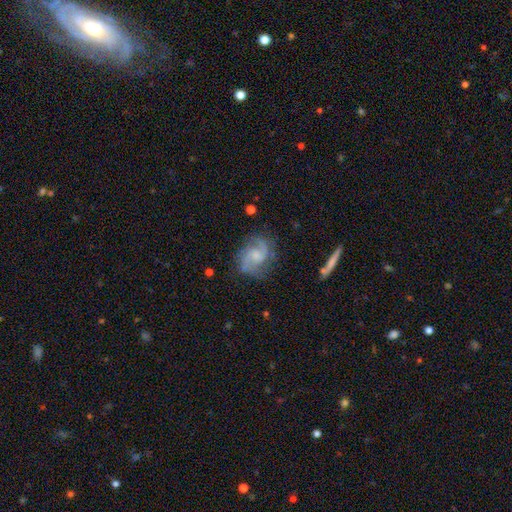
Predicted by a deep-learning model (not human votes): This appears to be a featured or disk galaxy (81%) with no bar (53%), 2 (86%) medium (51%) spiral arms (96%) and a small central bulge (46%). Merging: none (73%).